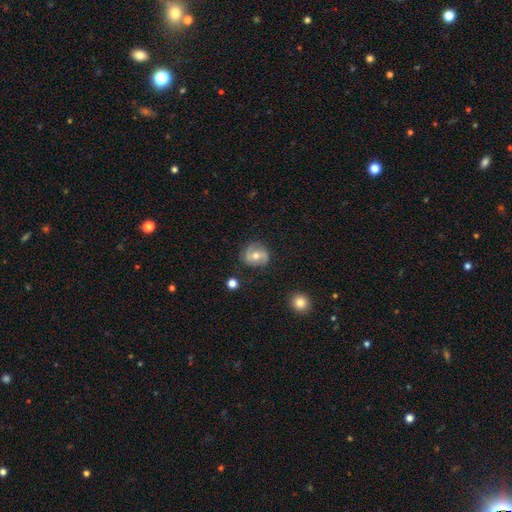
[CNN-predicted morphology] The model was most divided on "bar": no: 47%, weak: 38%, strong: 15%. More confident: edge-on disk — no (97%); spiral arms — yes (80%); merging — none (77%); bulge size — moderate (73%); smooth or featured — featured or disk (55%).